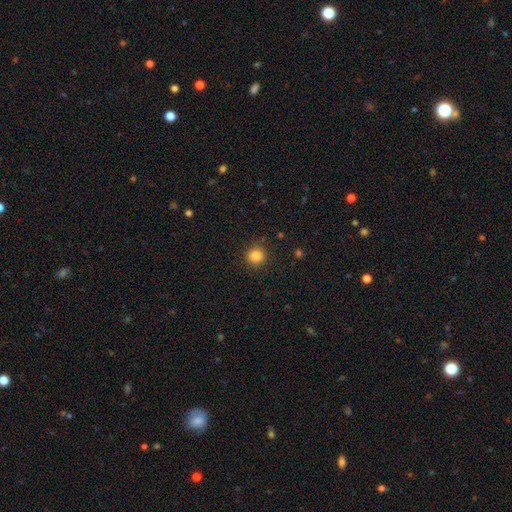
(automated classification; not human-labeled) Smooth or featured? Predicted: smooth (p=0.85). How rounded? Predicted: round (p=0.91). Merging? Predicted: none (p=0.88).